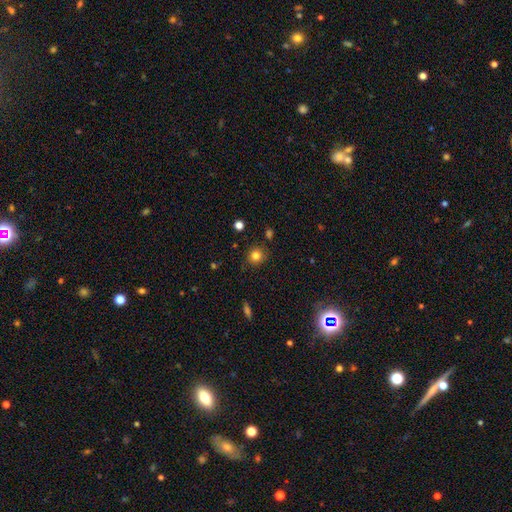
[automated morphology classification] smooth_or_featured: smooth (p=0.81) [alt: star or artifact p=0.12]
how_rounded: round (p=0.88) [alt: in between p=0.11]
merging: none (p=0.85) [alt: minor disturbance p=0.11]